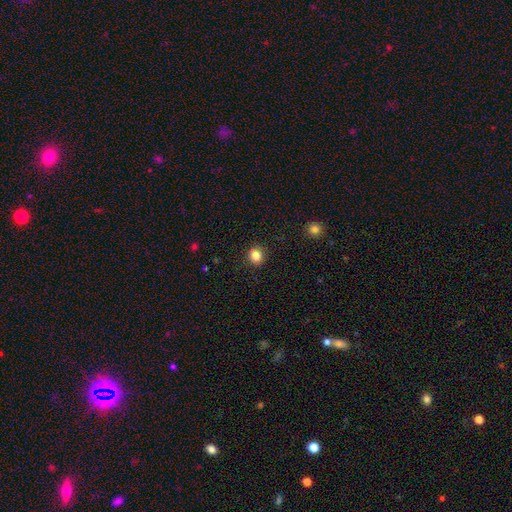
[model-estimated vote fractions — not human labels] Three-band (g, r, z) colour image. It shows a smooth galaxy with no disk features (83%) that is round (78%). Merging: none (89%).